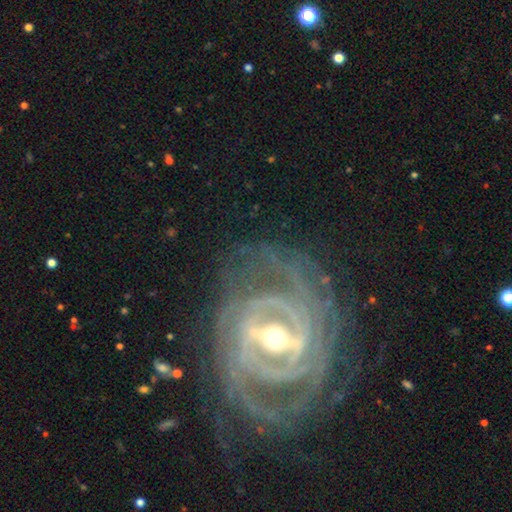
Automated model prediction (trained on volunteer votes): Overall: featured or disk (91%). Edge-on disk: no (95%). Bar: strong (69%). Spiral arms: yes (97%). Spiral arm count: can't tell (24%; 3 20%). Spiral winding: tight (77%). Bulge size: moderate (61%; small 31%). Merging: none (76%).